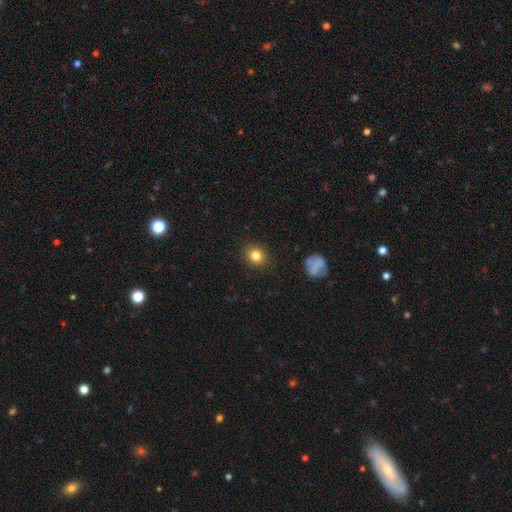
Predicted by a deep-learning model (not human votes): A smooth galaxy with no disk features (82%) that is round (71%).

Vote fractions:
- Smooth or featured? smooth: 82% / star or artifact: 11% / featured or disk: 7%
- How rounded? round: 71% / in between: 28% / cigar-shaped: 1%
- Merging? none: 88% / minor disturbance: 8% / major disturbance: 2% / merger: 1%